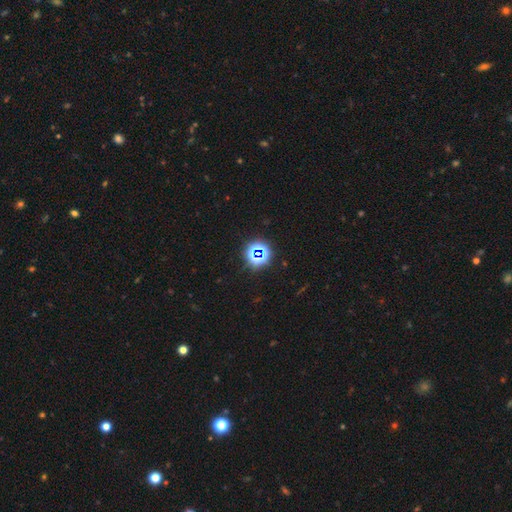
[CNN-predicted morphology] Q: Smooth or featured?
A: star or artifact (71%); runner-up: smooth (20%)